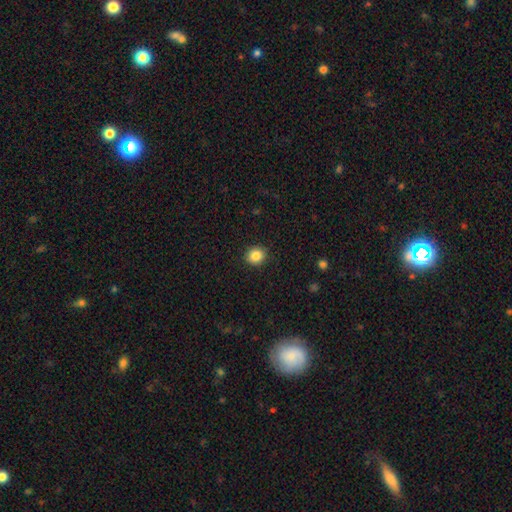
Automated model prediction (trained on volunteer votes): smooth-or-featured: smooth: 86% | star or artifact: 10% | featured or disk: 4%
  how-rounded: round: 86% | in between: 13% | cigar-shaped: 1%
  merging: none: 91% | minor disturbance: 6% | major disturbance: 2% | merger: 1%